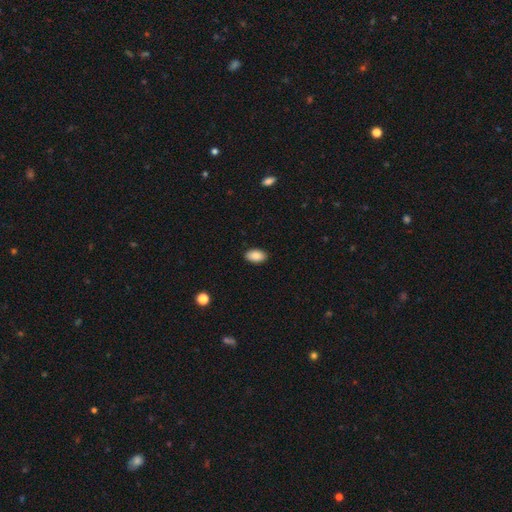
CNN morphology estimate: A smooth galaxy with no disk features (89%) that is in between round and cigar-shaped (93%). Merging: none (89%).